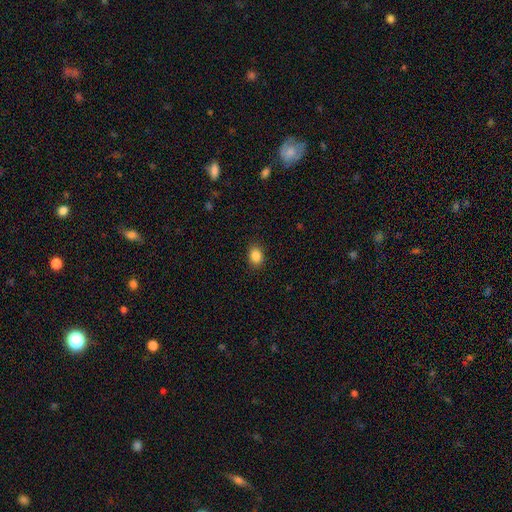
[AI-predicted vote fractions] This appears to be a smooth galaxy with no disk features (87%) that is in between round and cigar-shaped (62%). Merging: none (87%).